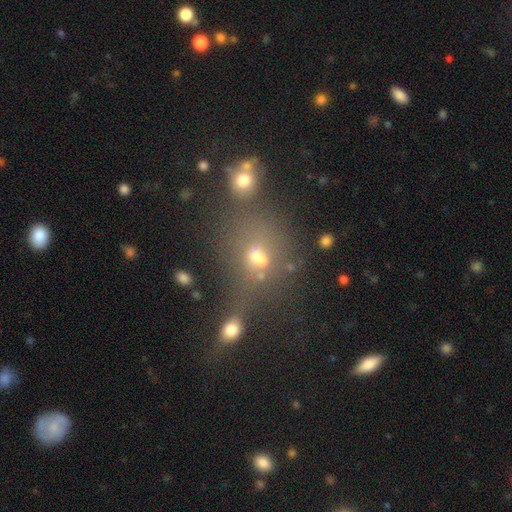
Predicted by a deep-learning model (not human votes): smooth-or-featured: smooth: 49% | star or artifact: 38% | featured or disk: 13%
  merging: none: 58% | merger: 24% | minor disturbance: 12% | major disturbance: 7%